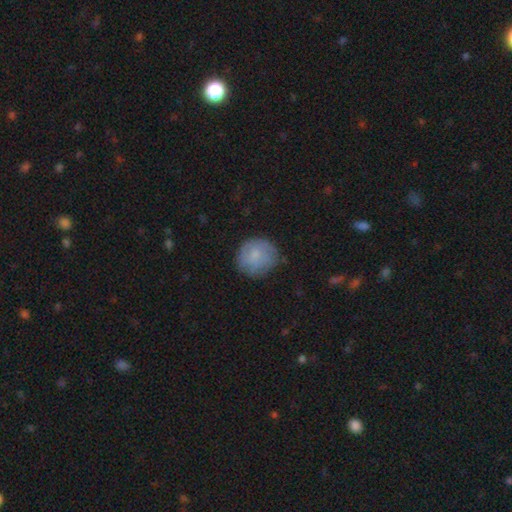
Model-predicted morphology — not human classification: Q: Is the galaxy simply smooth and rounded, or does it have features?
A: smooth — 70%.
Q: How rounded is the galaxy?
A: round — 85%.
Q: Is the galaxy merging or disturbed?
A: none — 71%.